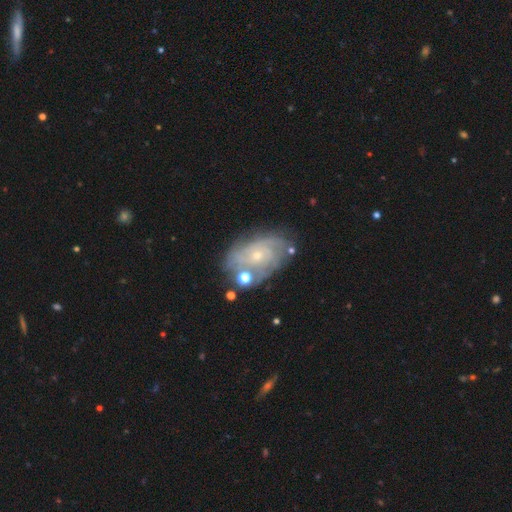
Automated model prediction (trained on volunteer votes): A featured or disk galaxy (69%) with no bar (77%), tight (60%) spiral arms (83%) and a small central bulge (74%). Merging: none (71%).